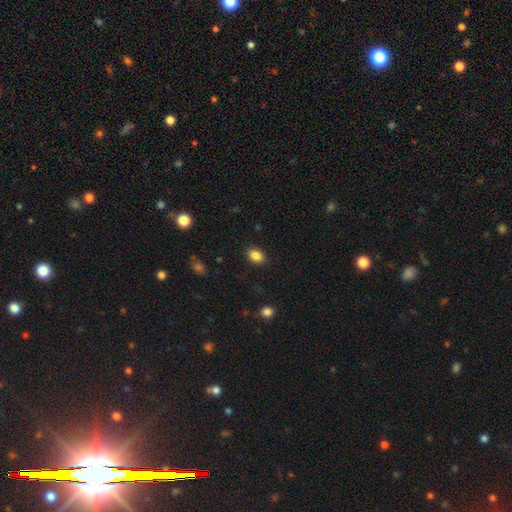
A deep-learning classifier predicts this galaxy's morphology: type=smooth (86%); roundness=in between (79%); merging=none (88%).